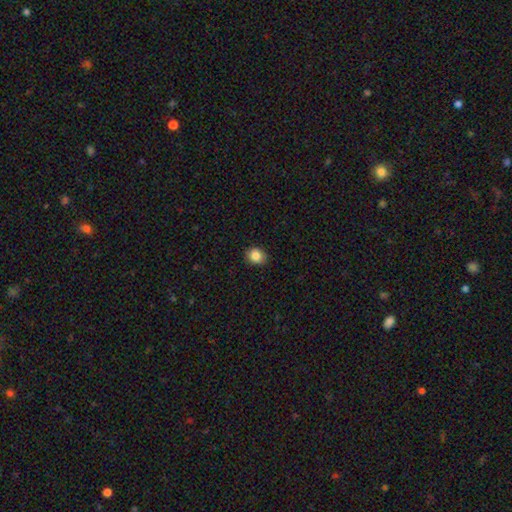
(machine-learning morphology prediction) Smooth or featured? smooth (85%)
How rounded? round (66%)
Merging? none (90%)